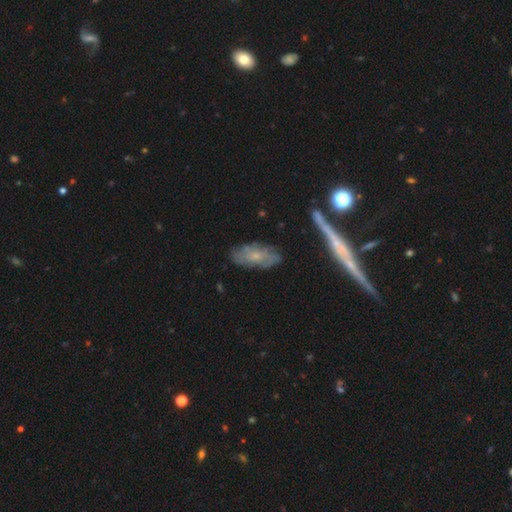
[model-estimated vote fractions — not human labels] smooth_or_featured: featured or disk (p=0.50) [alt: smooth p=0.42]
disk_edge_on: no (p=0.78) [alt: yes p=0.22]
merging: none (p=0.70) [alt: minor disturbance p=0.20]